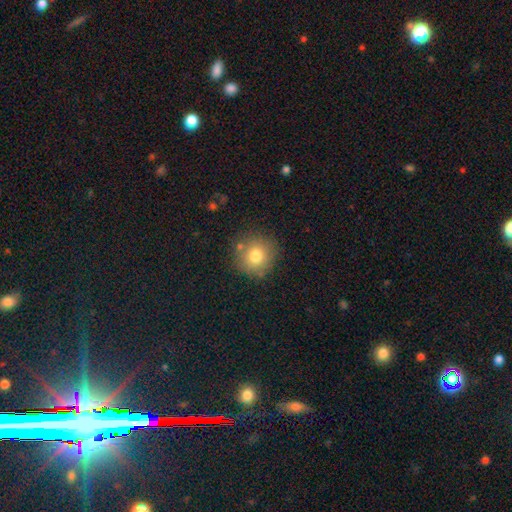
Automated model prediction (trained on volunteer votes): Overall: smooth (77%). How rounded: round (92%). Merging: none (80%).